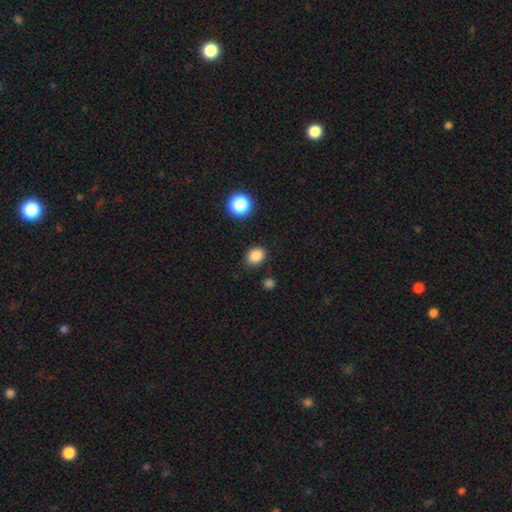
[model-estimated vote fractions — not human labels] Morphology: type=smooth (85%); roundness=in between (58%); merging=none (85%).